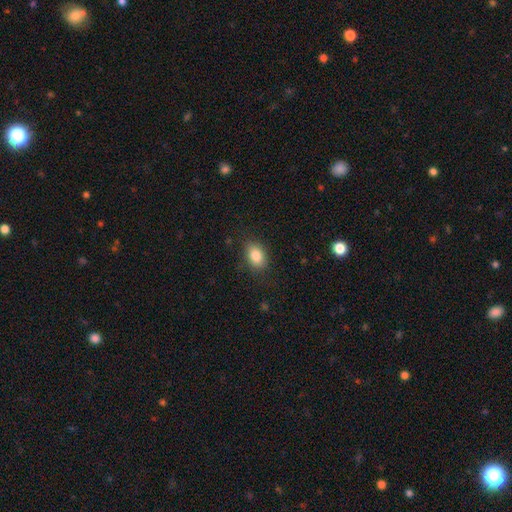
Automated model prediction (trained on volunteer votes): A smooth galaxy with no disk features (85%) that is in between round and cigar-shaped (81%). Merging: none (82%).